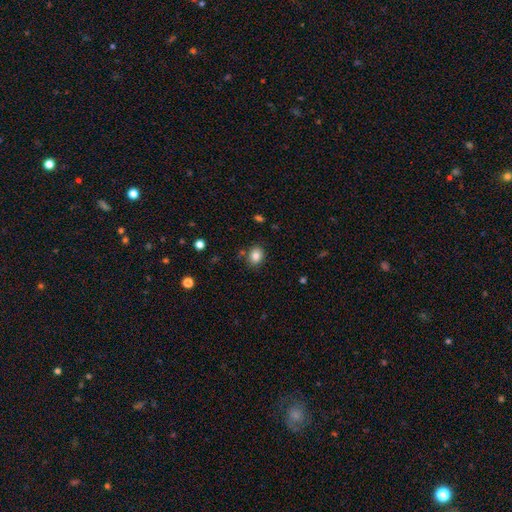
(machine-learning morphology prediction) The model was most divided on "how rounded": round: 52%, in between: 47%, cigar-shaped: 1%. More confident: smooth or featured — smooth (84%); merging — none (83%).